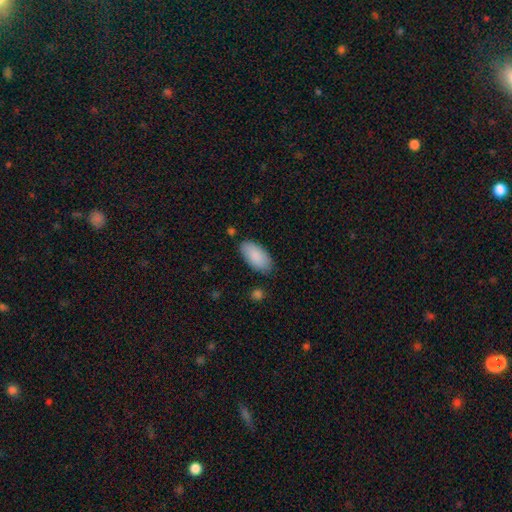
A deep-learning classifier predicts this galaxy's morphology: Smooth or featured?
  - smooth: 89% *
  - star or artifact: 6%
  - featured or disk: 6%
How rounded?
  - in between: 94% *
  - cigar-shaped: 4%
  - round: 2%
Merging?
  - none: 82% *
  - minor disturbance: 13%
  - major disturbance: 3%
  - merger: 2%